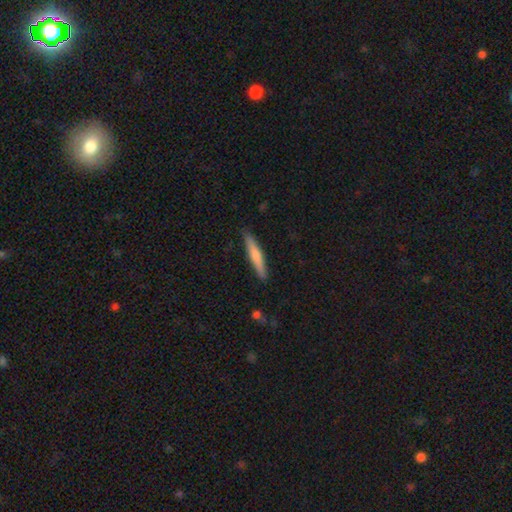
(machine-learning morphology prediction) smooth 63%, featured or disk 32%, star or artifact 5%. Down the decision tree: how rounded — cigar-shaped (93%); merging — none (89%).